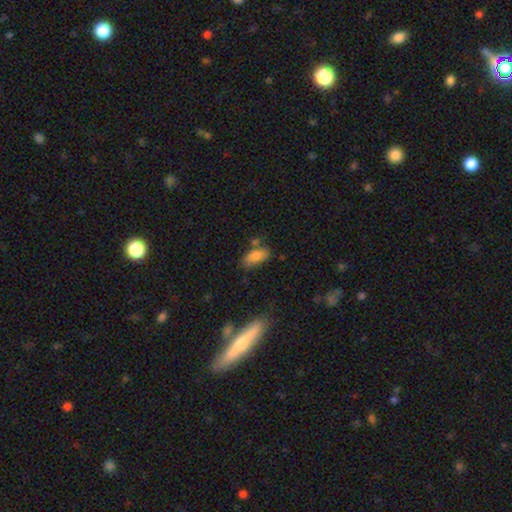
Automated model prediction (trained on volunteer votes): smooth-or-featured: smooth: 82% | featured or disk: 10% | star or artifact: 8%
  how-rounded: in between: 88% | cigar-shaped: 9% | round: 3%
  merging: none: 63% | minor disturbance: 20% | merger: 12% | major disturbance: 5%